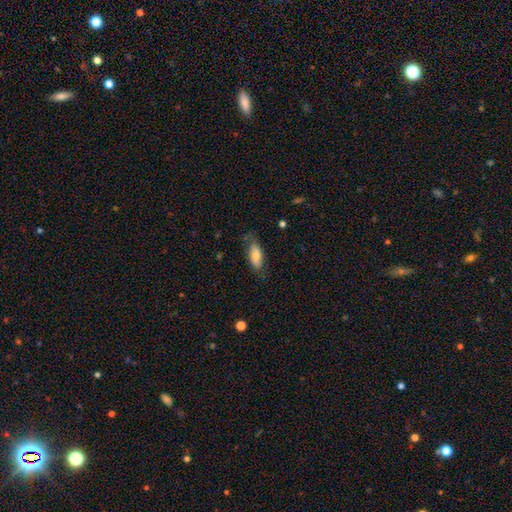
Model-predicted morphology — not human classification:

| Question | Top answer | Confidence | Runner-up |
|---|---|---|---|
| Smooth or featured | smooth | 72% | featured or disk (21%) |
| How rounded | in between | 83% | cigar-shaped (14%) |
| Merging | none | 59% | minor disturbance (29%) |